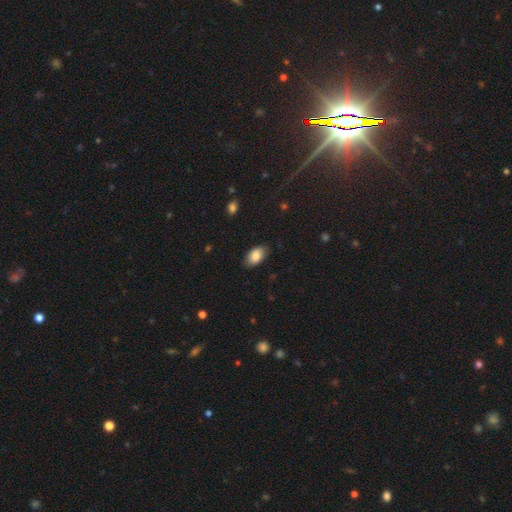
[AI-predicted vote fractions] smooth 84%, featured or disk 9%, star or artifact 7%. Down the decision tree: how rounded — in between (94%); merging — none (83%).